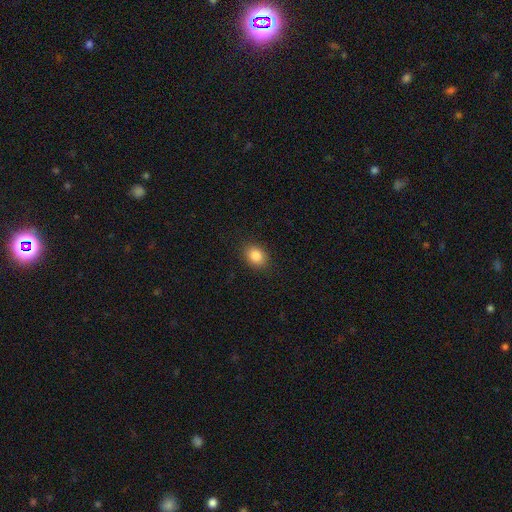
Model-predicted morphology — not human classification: This appears to be a smooth galaxy with no disk features (85%) that is in between round and cigar-shaped (57%). Merging: none (89%).